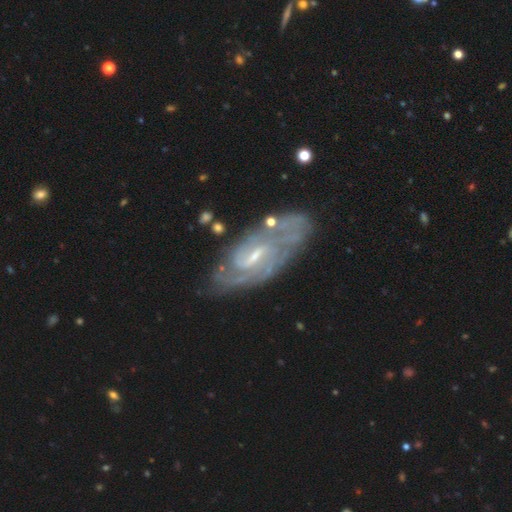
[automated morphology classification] Smooth or featured?
  - featured or disk: 85% *
  - smooth: 9%
  - star or artifact: 6%
Edge-on disk?
  - no: 93% *
  - yes: 7%
Bar?
  - weak: 57% *
  - strong: 22%
  - no: 21%
Spiral arms?
  - yes: 93% *
  - no: 7%
Spiral winding?
  - tight: 53% *
  - medium: 36%
  - loose: 11%
Spiral arm count?
  - 2: 49% *
  - can't tell: 29%
  - 3: 10%
  - 1: 5%
  - 4: 4%
  - more than 4: 3%
Bulge size?
  - small: 60% *
  - moderate: 29%
  - none: 8%
  - large: 2%
  - dominant: 1%
Merging?
  - none: 70% *
  - minor disturbance: 19%
  - major disturbance: 8%
  - merger: 4%